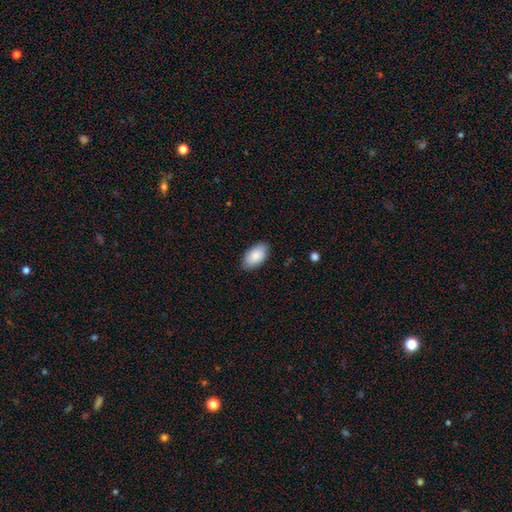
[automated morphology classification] Smooth or featured? smooth (88%)
How rounded? in between (95%)
Merging? none (85%)